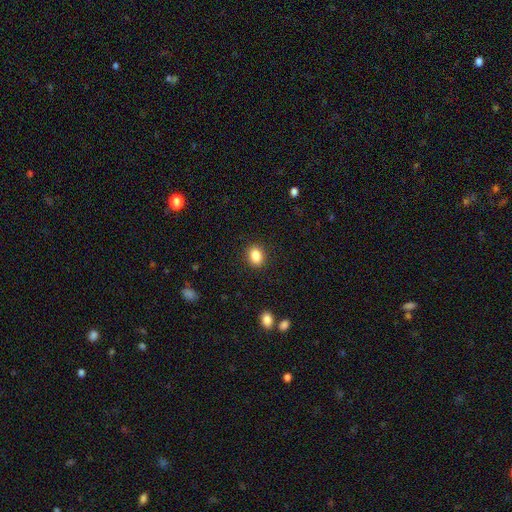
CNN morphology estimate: The model was most divided on "how rounded": in between: 62%, round: 37%, cigar-shaped: 1%. More confident: merging — none (89%); smooth or featured — smooth (86%).